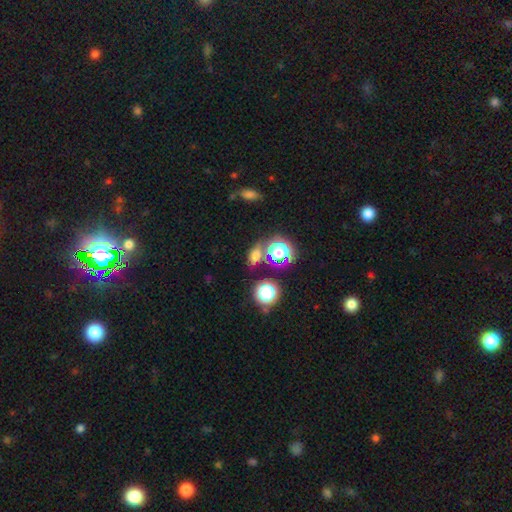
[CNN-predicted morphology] Smooth or featured? Predicted: smooth (p=0.57). How rounded? Predicted: in between (p=0.54). Merging? Predicted: none (p=0.63).